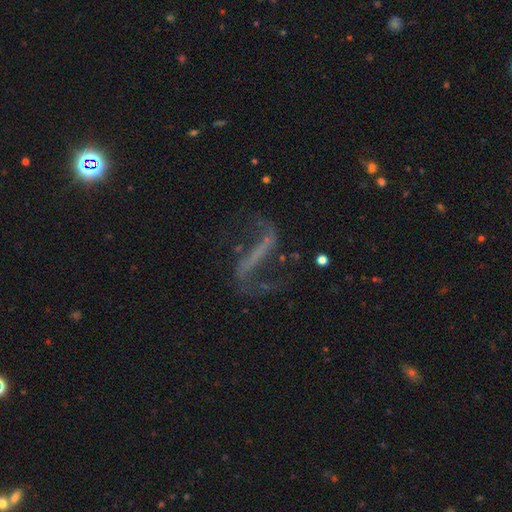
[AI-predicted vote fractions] Smooth or featured?
  - featured or disk: 76% *
  - star or artifact: 13%
  - smooth: 12%
Edge-on disk?
  - no: 87% *
  - yes: 13%
Bar?
  - strong: 68% *
  - weak: 17%
  - no: 15%
Spiral arms?
  - yes: 81% *
  - no: 19%
Spiral winding?
  - loose: 84% *
  - medium: 12%
  - tight: 4%
Spiral arm count?
  - 2: 88% *
  - 1: 5%
  - can't tell: 4%
  - 3: 1%
  - more than 4: 1%
  - 4: 1%
Bulge size?
  - none: 70% *
  - small: 21%
  - moderate: 5%
  - large: 2%
  - dominant: 1%
Merging?
  - none: 61% *
  - major disturbance: 21%
  - minor disturbance: 15%
  - merger: 4%